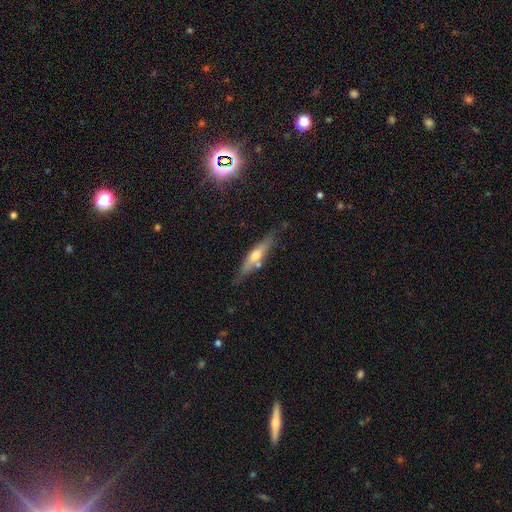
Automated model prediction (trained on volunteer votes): smooth_or_featured: featured or disk (p=0.54) [alt: smooth p=0.39]
disk_edge_on: yes (p=0.90) [alt: no p=0.10]
merging: none (p=0.74) [alt: minor disturbance p=0.15]